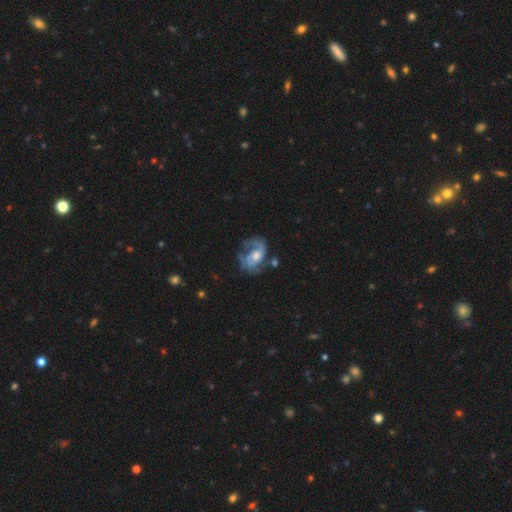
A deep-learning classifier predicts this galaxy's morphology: featured or disk 71%, smooth 21%, star or artifact 8%. Down the decision tree: edge-on disk — no (97%); bar — no (64%); spiral arms — yes (78%); spiral arm count — 2 (48%); spiral winding — medium (43%); bulge size — moderate (54%); merging — none (41%).